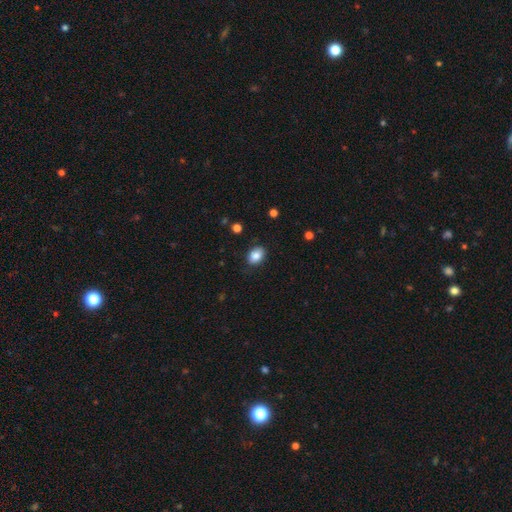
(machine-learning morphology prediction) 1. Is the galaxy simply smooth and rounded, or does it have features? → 85% smooth, 8% star or artifact, 7% featured or disk.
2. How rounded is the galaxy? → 74% in between, 25% round, 1% cigar-shaped.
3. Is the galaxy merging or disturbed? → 83% none, 13% minor disturbance, 3% major disturbance, 1% merger.